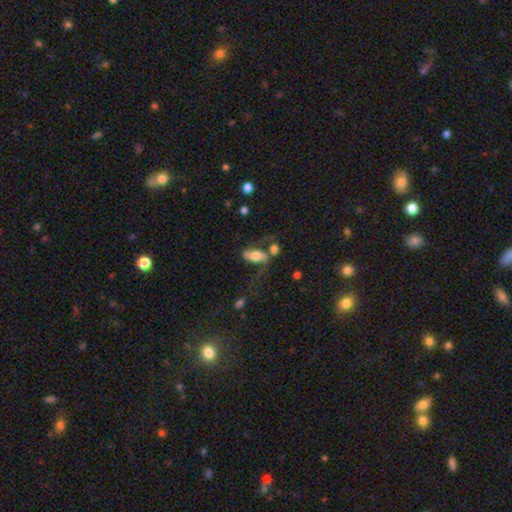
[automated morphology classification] Q: Smooth or featured?
A: featured or disk (51%); runner-up: smooth (40%)
Q: Edge-on disk?
A: no (88%); runner-up: yes (12%)
Q: Merging?
A: none (32%); runner-up: merger (27%)